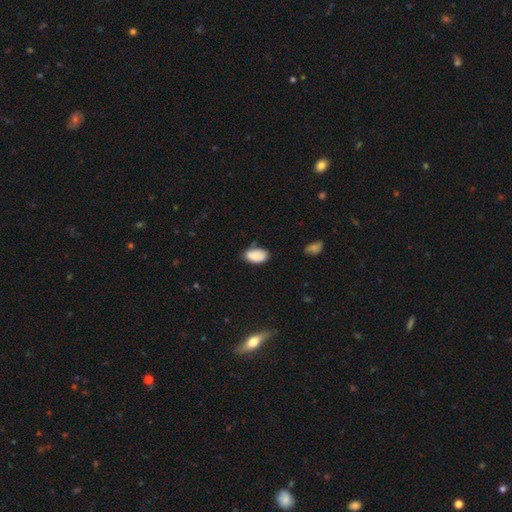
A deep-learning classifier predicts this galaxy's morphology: Q: Smooth or featured?
A: smooth (87%); runner-up: star or artifact (7%)
Q: How rounded?
A: in between (93%); runner-up: round (5%)
Q: Merging?
A: none (67%); runner-up: minor disturbance (26%)